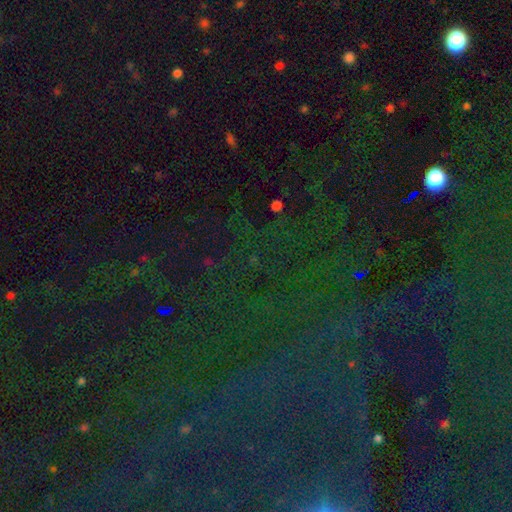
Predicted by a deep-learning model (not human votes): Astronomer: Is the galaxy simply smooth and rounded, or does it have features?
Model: star or artifact — 83%.